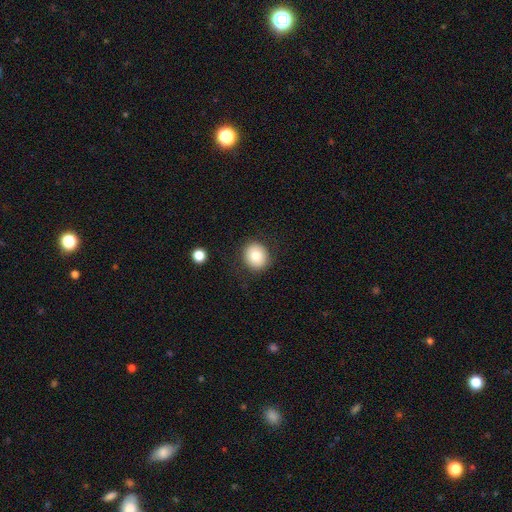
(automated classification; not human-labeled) Smooth or featured?
  - smooth: 80% *
  - featured or disk: 11%
  - star or artifact: 9%
How rounded?
  - round: 84% *
  - in between: 15%
  - cigar-shaped: 1%
Merging?
  - none: 87% *
  - minor disturbance: 9%
  - major disturbance: 3%
  - merger: 1%